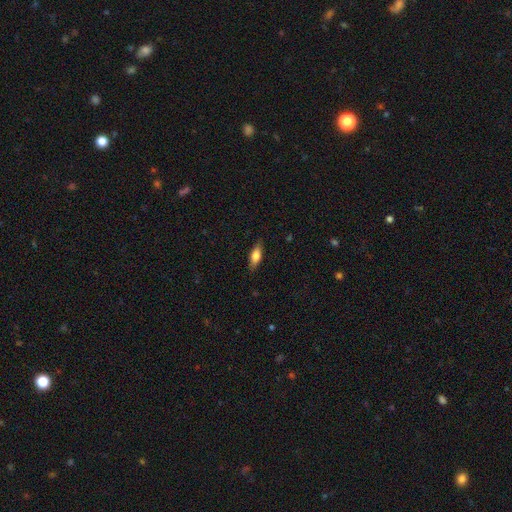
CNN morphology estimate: smooth_or_featured: smooth (p=0.72) [alt: featured or disk p=0.21]
how_rounded: in between (p=0.68) [alt: cigar-shaped p=0.29]
merging: none (p=0.84) [alt: minor disturbance p=0.12]